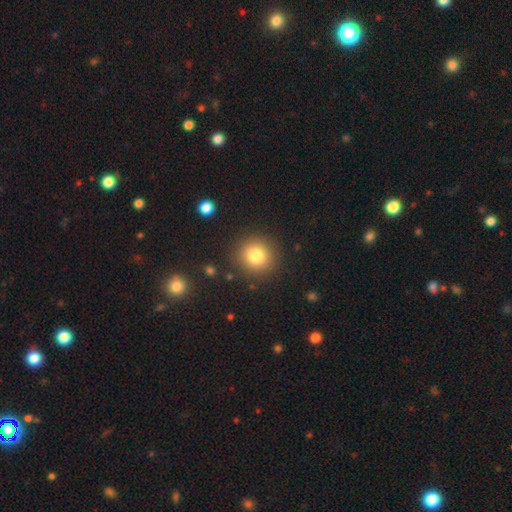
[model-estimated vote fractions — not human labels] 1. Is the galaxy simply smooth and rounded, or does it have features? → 81% smooth, 11% star or artifact, 8% featured or disk.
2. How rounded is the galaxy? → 91% round, 8% in between, 1% cigar-shaped.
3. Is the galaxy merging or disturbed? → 89% none, 7% minor disturbance, 3% major disturbance, 2% merger.